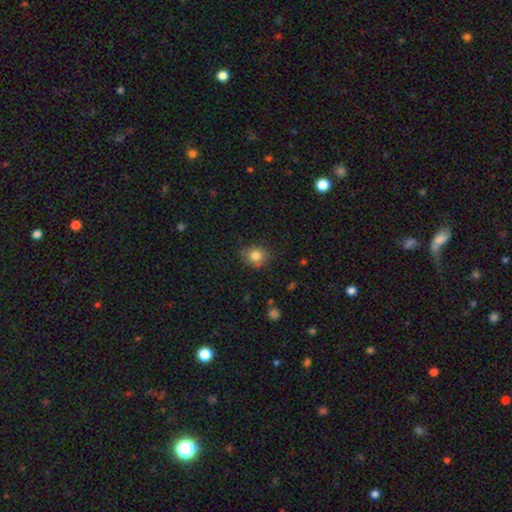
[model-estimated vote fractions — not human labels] smooth 83%, star or artifact 10%, featured or disk 7%. Down the decision tree: how rounded — round (76%); merging — none (78%).